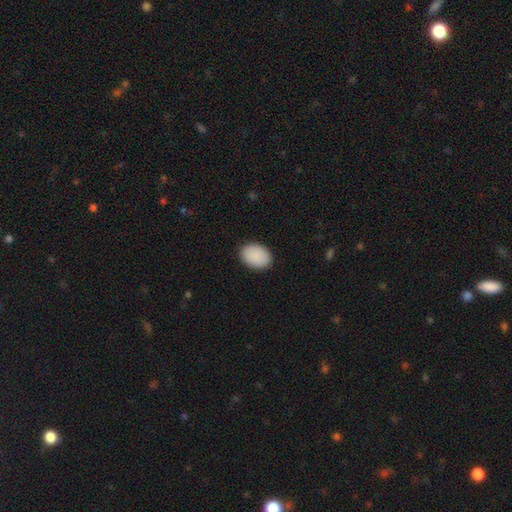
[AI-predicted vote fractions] Morphology: type=smooth (91%); roundness=in between (80%); merging=none (89%).